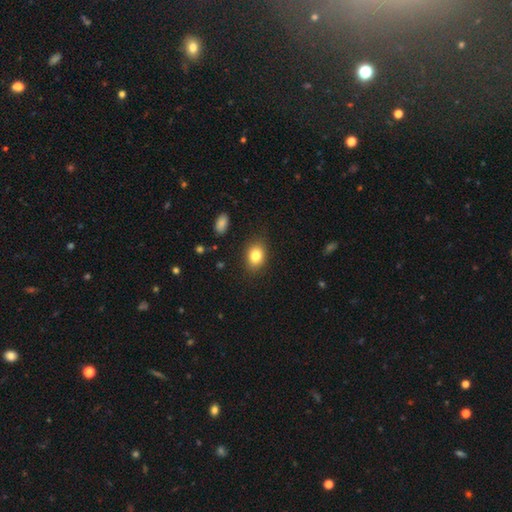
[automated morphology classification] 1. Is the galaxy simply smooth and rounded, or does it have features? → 82% smooth, 9% star or artifact, 9% featured or disk.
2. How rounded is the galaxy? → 72% in between, 27% round, 1% cigar-shaped.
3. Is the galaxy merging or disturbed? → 85% none, 11% minor disturbance, 3% major disturbance, 1% merger.